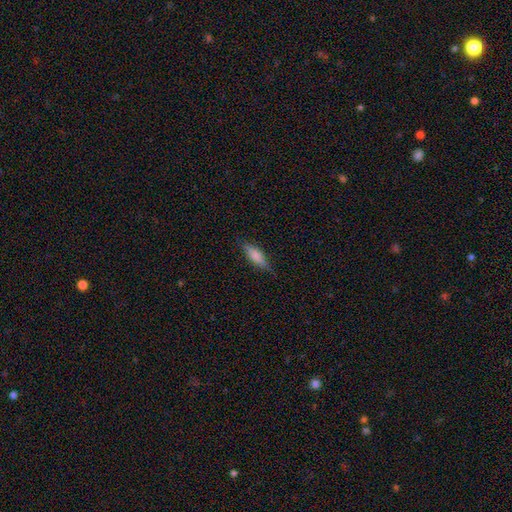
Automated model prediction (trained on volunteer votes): Q: Smooth or featured?
A: smooth (70%); runner-up: featured or disk (23%)
Q: How rounded?
A: in between (54%); runner-up: cigar-shaped (43%)
Q: Merging?
A: none (76%); runner-up: minor disturbance (19%)